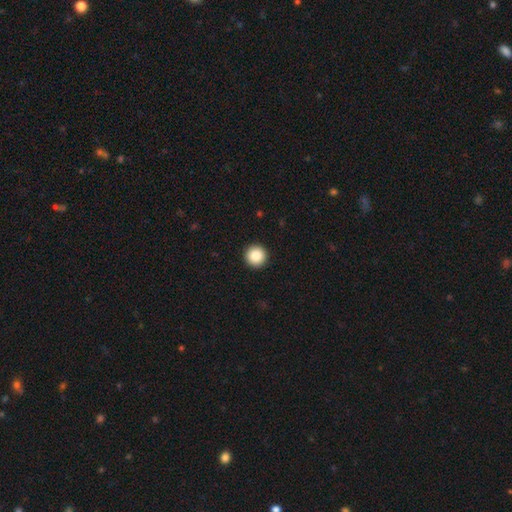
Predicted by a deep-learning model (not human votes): smooth_or_featured: smooth (p=0.85) [alt: star or artifact p=0.09]
how_rounded: round (p=0.96) [alt: in between p=0.03]
merging: none (p=0.94) [alt: minor disturbance p=0.04]